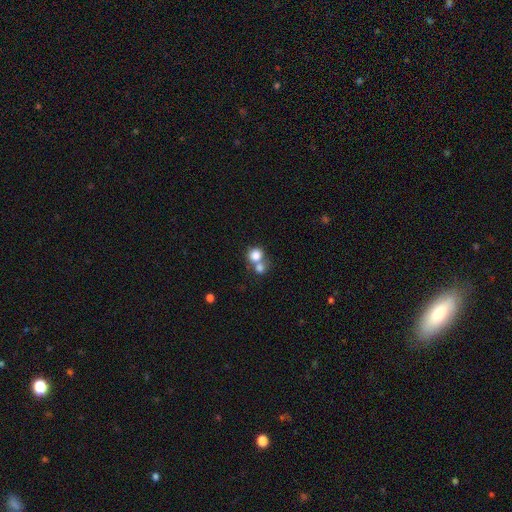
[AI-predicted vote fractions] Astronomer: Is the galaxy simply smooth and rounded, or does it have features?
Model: smooth — 80%.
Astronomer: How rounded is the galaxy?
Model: round — 83%.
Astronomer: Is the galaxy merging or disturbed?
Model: merger — 53% (runner-up: none, 37%).